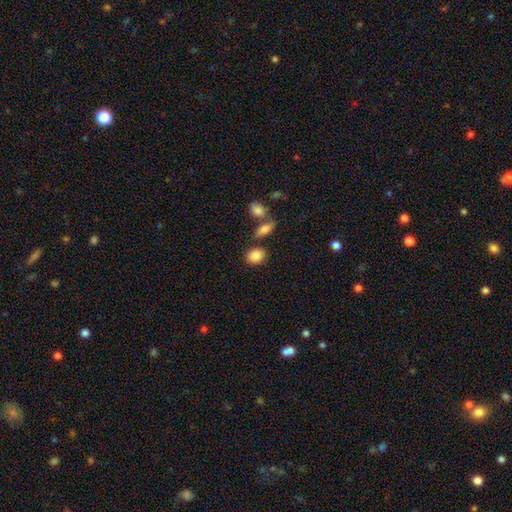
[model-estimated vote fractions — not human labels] This is clearly a smooth galaxy (86%). How rounded: likely in between (62%). Merging: likely none (74%).